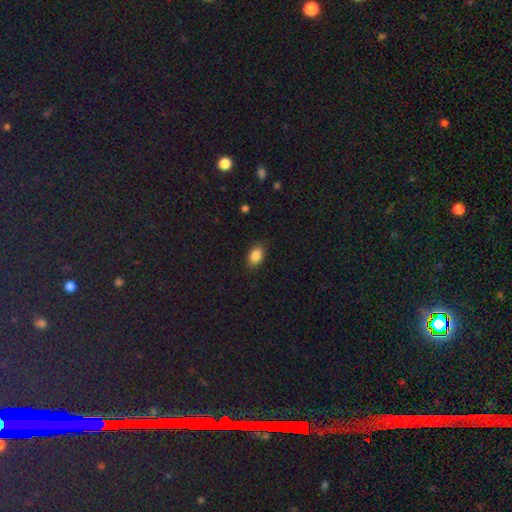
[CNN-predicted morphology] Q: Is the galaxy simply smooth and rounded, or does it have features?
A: smooth — 86%.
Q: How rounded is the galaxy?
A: in between — 88%.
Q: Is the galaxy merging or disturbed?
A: none — 87%.